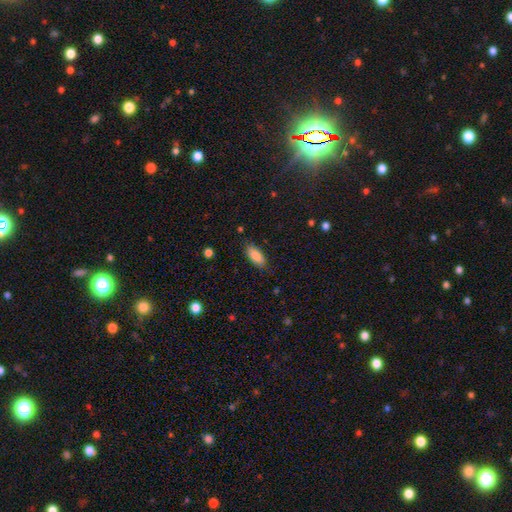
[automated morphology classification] Smooth or featured? Predicted: smooth (p=0.86). How rounded? Predicted: in between (p=0.81). Merging? Predicted: none (p=0.83).